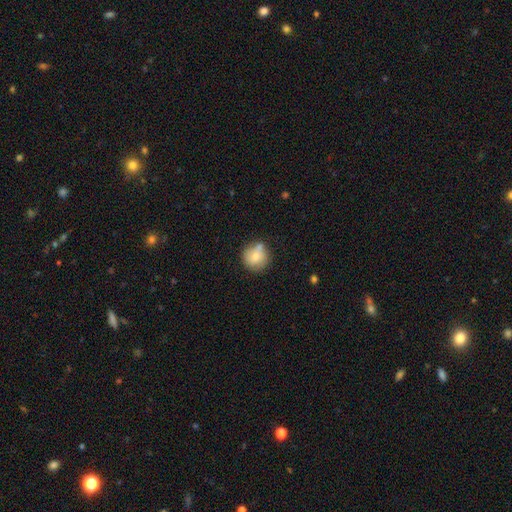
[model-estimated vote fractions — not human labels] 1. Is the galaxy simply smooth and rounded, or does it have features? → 77% smooth, 15% featured or disk, 8% star or artifact.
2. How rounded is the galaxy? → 91% round, 8% in between, 1% cigar-shaped.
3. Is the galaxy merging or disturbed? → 65% none, 17% minor disturbance, 14% merger, 4% major disturbance.